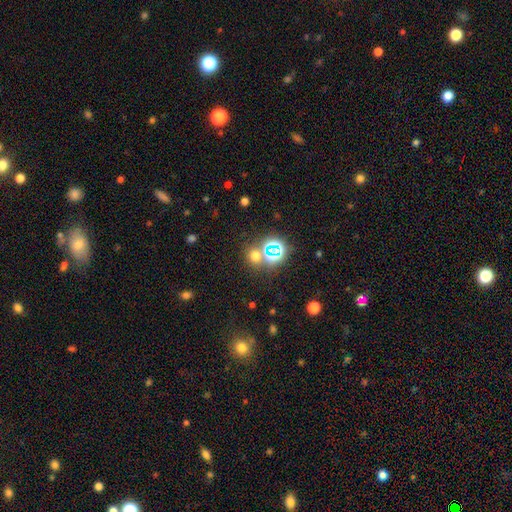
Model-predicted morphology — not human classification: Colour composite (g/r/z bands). It shows a smooth galaxy with no disk features (52%) that is round (83%). Merging: none (72%).